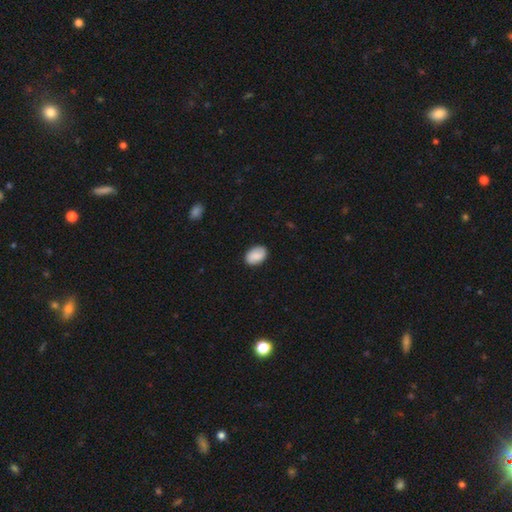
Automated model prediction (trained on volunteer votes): A smooth galaxy with no disk features (84%) that is in between round and cigar-shaped (85%). Merging: none (85%).